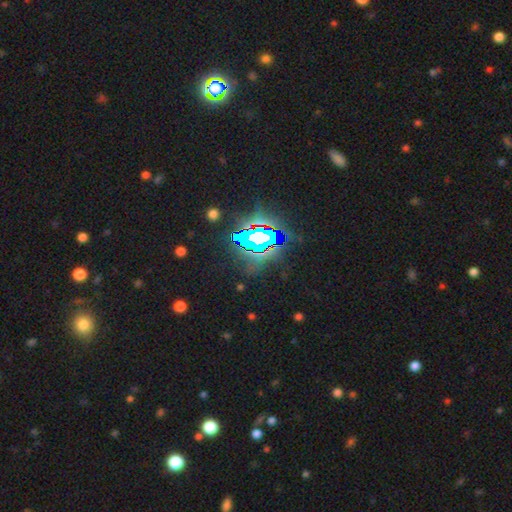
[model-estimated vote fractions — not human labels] Smooth or featured? star or artifact (83%)